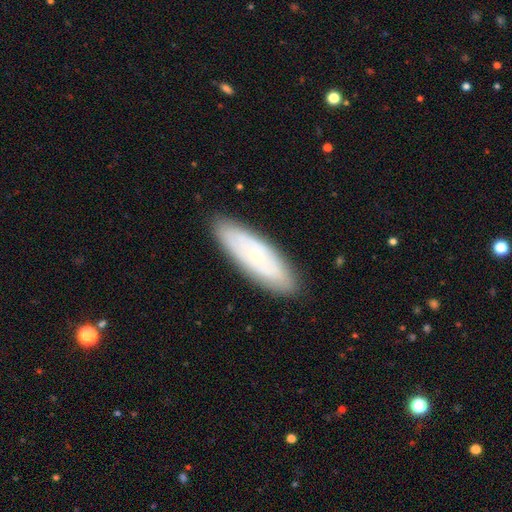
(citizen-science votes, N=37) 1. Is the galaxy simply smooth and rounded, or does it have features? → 57% featured or disk, 38% smooth, 5% star or artifact.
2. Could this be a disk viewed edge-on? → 86% no, 14% yes.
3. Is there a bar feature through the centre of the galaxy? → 83% no, 17% weak, 0% strong.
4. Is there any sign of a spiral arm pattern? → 56% no, 44% yes.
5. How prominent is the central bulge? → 61% small, 39% moderate, 0% dominant, 0% large, 0% none.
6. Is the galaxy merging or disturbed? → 77% none, 20% minor disturbance, 3% major disturbance, 0% merger.